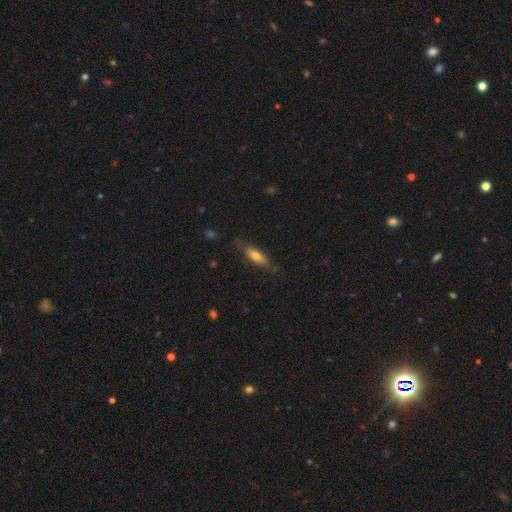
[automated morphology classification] A smooth galaxy with no disk features (66%) that is cigar-shaped (56%). Merging: none (75%).